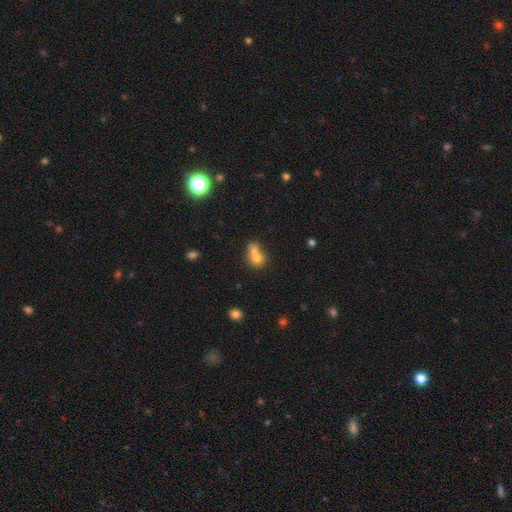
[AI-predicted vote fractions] Morphology: type=smooth (71%); roundness=round (51%); merging=merger (67%).